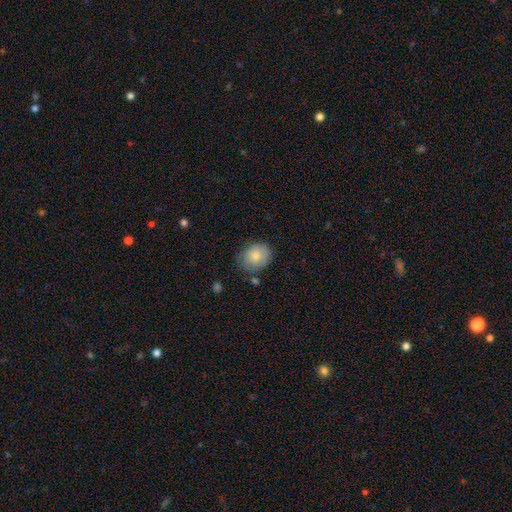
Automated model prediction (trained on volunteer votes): Smooth or featured? Predicted: smooth (p=0.80). How rounded? Predicted: round (p=0.53). Merging? Predicted: none (p=0.69).